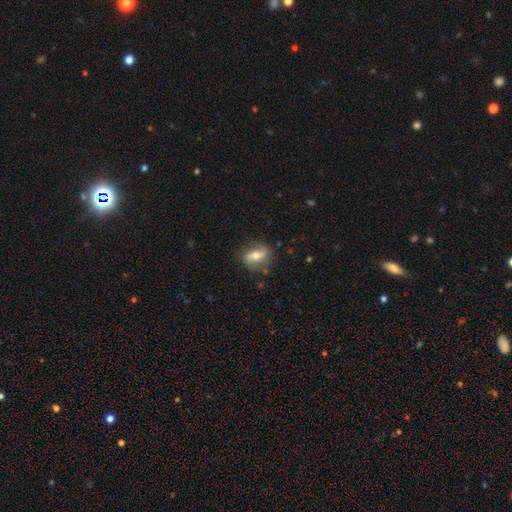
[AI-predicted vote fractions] Smooth or featured? featured or disk (54%)
Edge-on disk? no (90%)
Merging? none (77%)